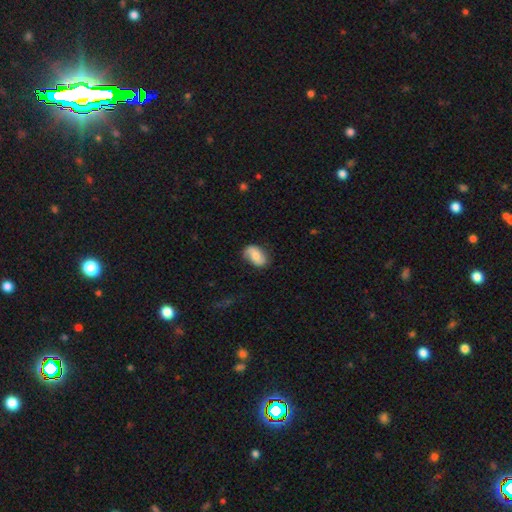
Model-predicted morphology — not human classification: Smooth or featured? smooth (54%)
How rounded? in between (88%)
Merging? none (73%)